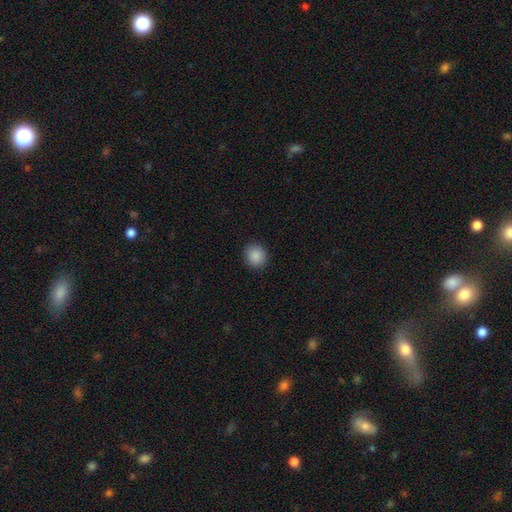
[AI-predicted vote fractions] Smooth or featured: smooth — 89% (star or artifact — 8%)
How rounded: round — 78% (in between — 21%)
Merging: none — 90% (minor disturbance — 7%)